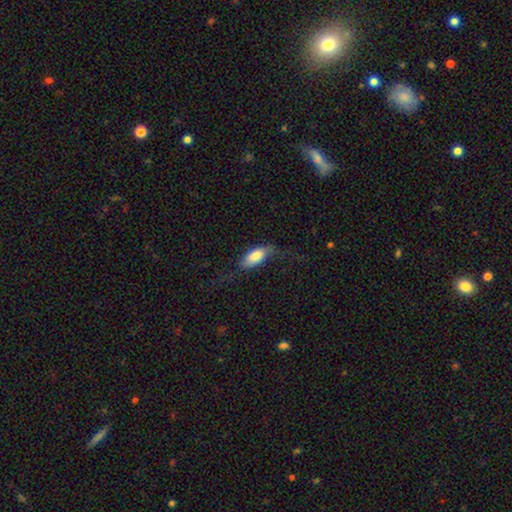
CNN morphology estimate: Smooth or featured? smooth (70%)
How rounded? in between (86%)
Merging? none (44%)